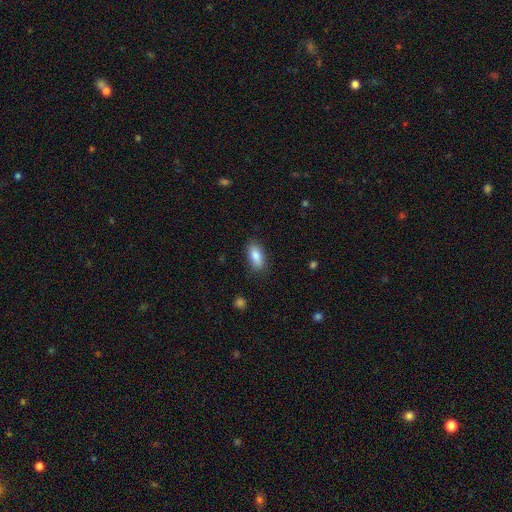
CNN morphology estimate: This appears to be a smooth galaxy with no disk features (85%) that is in between round and cigar-shaped (87%). Merging: none (84%).